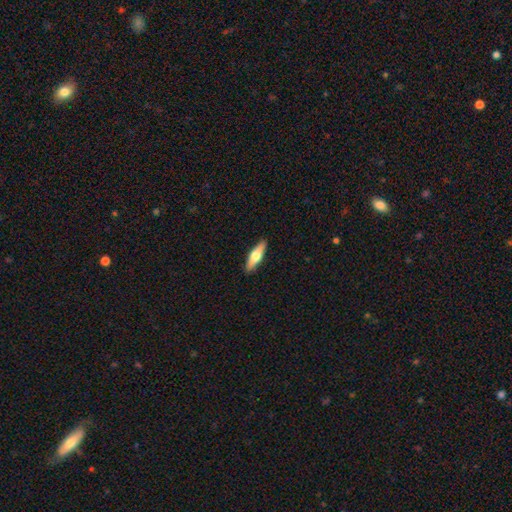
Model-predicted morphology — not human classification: This appears to be a smooth galaxy with no disk features (54%) that is cigar-shaped (61%). Merging: none (90%).